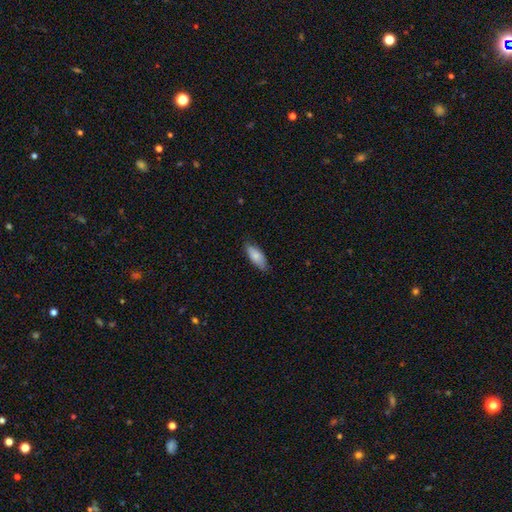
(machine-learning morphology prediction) Q: Smooth or featured?
A: smooth (77%); runner-up: featured or disk (17%)
Q: How rounded?
A: in between (75%); runner-up: cigar-shaped (23%)
Q: Merging?
A: none (79%); runner-up: minor disturbance (18%)